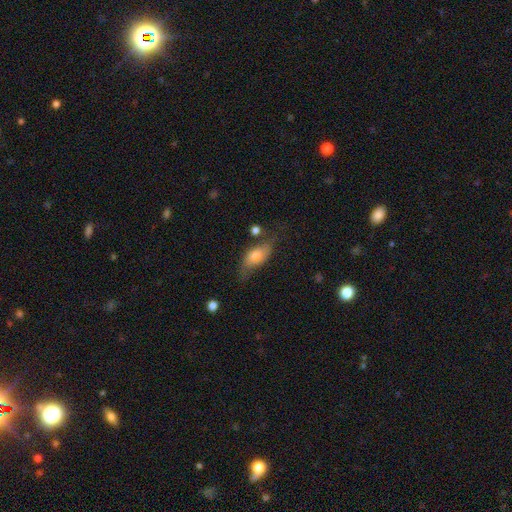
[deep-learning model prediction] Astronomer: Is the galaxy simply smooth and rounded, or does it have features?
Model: smooth — 63%.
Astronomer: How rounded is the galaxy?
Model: in between — 82%.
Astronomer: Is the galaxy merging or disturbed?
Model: none — 52% (runner-up: minor disturbance, 29%).